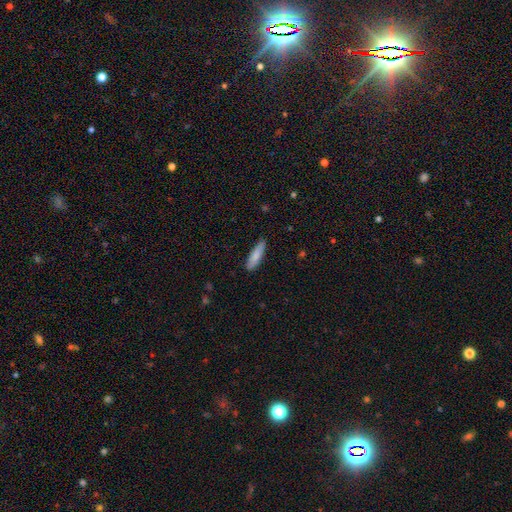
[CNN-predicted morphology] This appears to be a smooth galaxy with no disk features (82%) that is cigar-shaped (66%). Merging: none (87%).